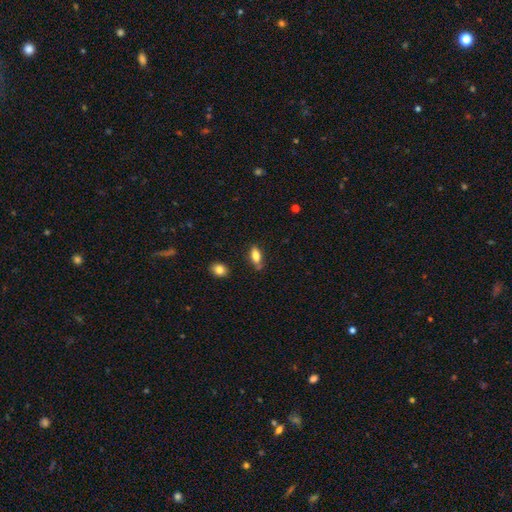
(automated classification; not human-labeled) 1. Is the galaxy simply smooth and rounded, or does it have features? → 74% smooth, 18% featured or disk, 8% star or artifact.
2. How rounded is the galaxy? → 77% in between, 20% cigar-shaped, 3% round.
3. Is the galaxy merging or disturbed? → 74% none, 19% minor disturbance, 4% major disturbance, 3% merger.